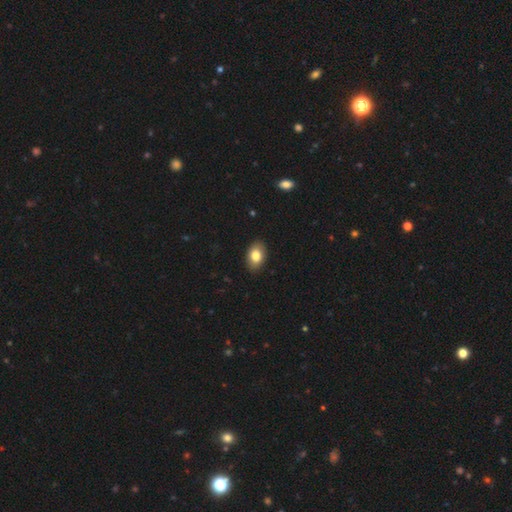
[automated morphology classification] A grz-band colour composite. It shows a smooth galaxy with no disk features (82%) that is in between round and cigar-shaped (86%). Merging: none (89%).